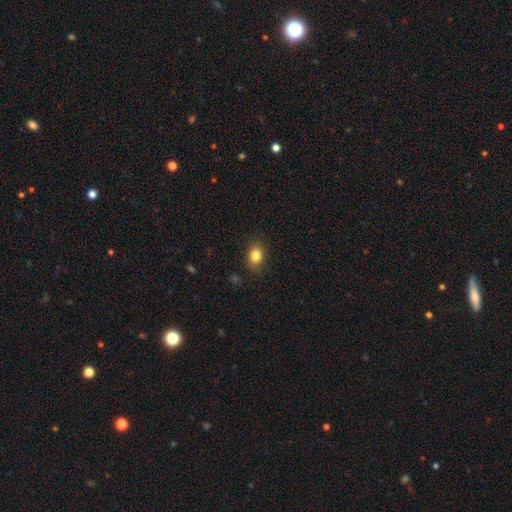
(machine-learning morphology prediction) Q: Smooth or featured?
A: smooth (83%); runner-up: star or artifact (10%)
Q: How rounded?
A: in between (66%); runner-up: round (33%)
Q: Merging?
A: none (85%); runner-up: minor disturbance (11%)